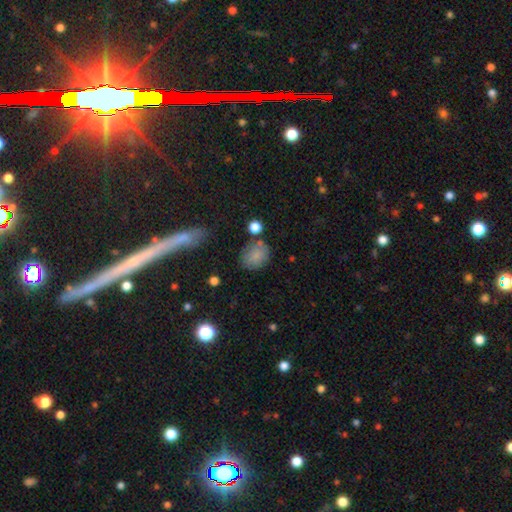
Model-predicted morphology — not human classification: smooth_or_featured: smooth (p=0.82) [alt: star or artifact p=0.09]
how_rounded: in between (p=0.50) [alt: round p=0.49]
merging: none (p=0.65) [alt: minor disturbance p=0.19]